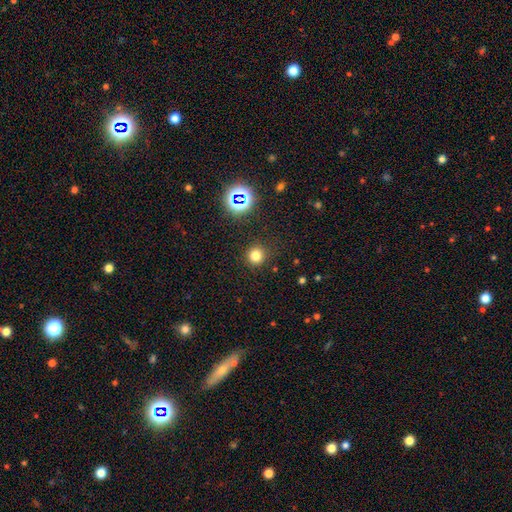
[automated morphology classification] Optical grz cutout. It shows a smooth galaxy with no disk features (75%) that is round (93%). Merging: none (89%).